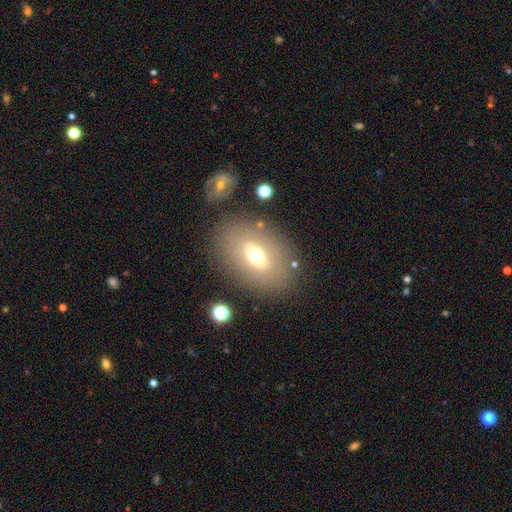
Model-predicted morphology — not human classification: type=smooth (55%); roundness=in between (82%); merging=none (80%).